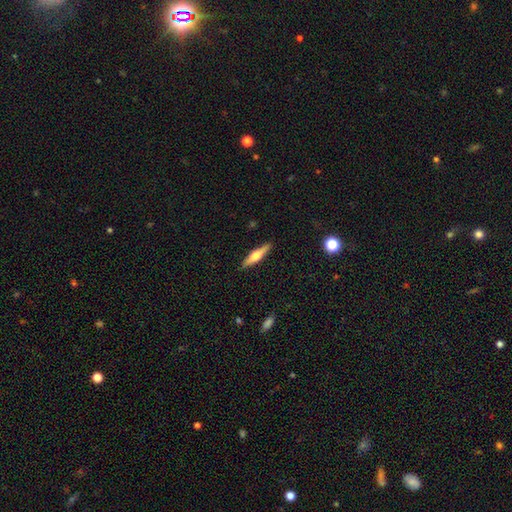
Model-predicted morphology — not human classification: smooth-or-featured: featured or disk: 53% | smooth: 41% | star or artifact: 6%
  disk-edge-on: yes: 96% | no: 4%
    edge-on-bulge: rounded: 90% | boxy: 6% | none: 4%
  merging: none: 90% | minor disturbance: 7% | major disturbance: 2% | merger: 1%